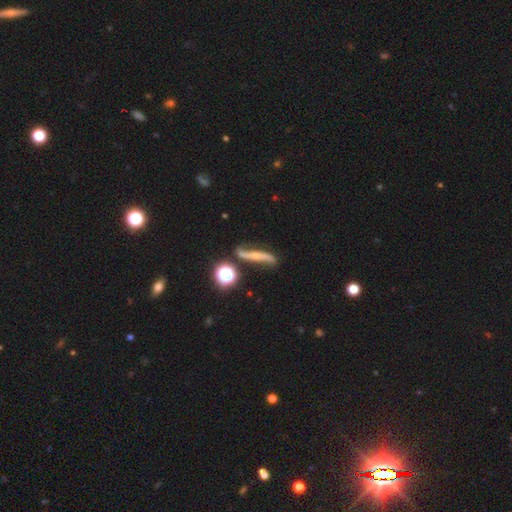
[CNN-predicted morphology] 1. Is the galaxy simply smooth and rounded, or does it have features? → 67% featured or disk, 21% smooth, 12% star or artifact.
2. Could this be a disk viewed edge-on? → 58% no, 42% yes.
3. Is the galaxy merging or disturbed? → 68% none, 19% minor disturbance, 7% major disturbance, 5% merger.